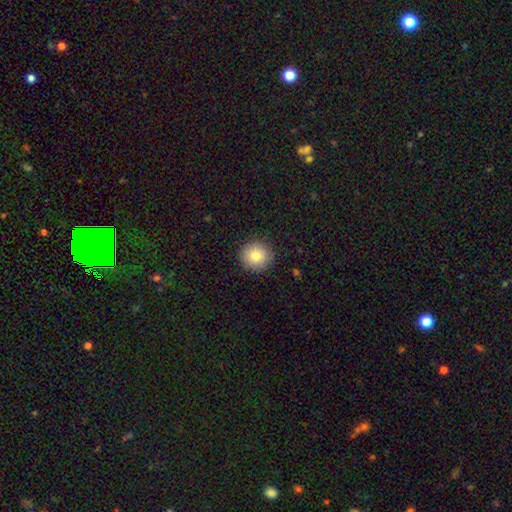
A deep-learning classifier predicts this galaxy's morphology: Q: Smooth or featured?
A: smooth (83%); runner-up: star or artifact (9%)
Q: How rounded?
A: round (92%); runner-up: in between (7%)
Q: Merging?
A: none (90%); runner-up: minor disturbance (7%)